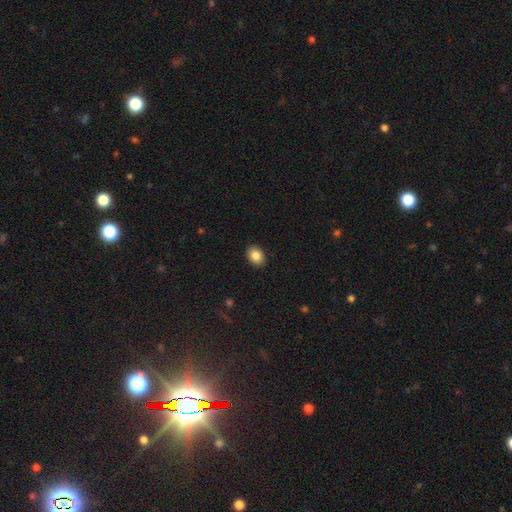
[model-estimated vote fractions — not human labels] This appears to be a smooth galaxy with no disk features (86%) that is in between round and cigar-shaped (71%). Merging: none (90%).